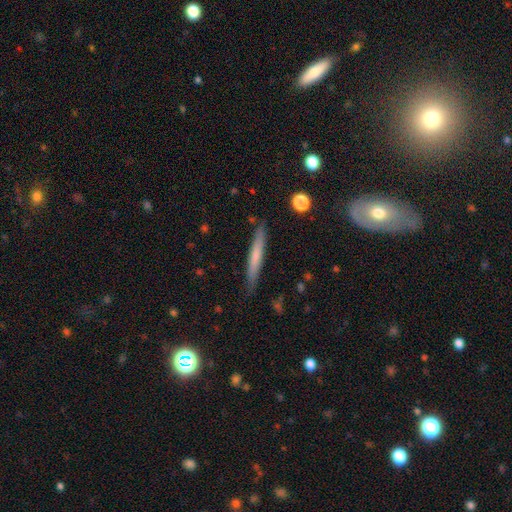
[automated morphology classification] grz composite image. It shows a smooth galaxy with no disk features (61%) that is cigar-shaped (95%). Merging: none (86%).